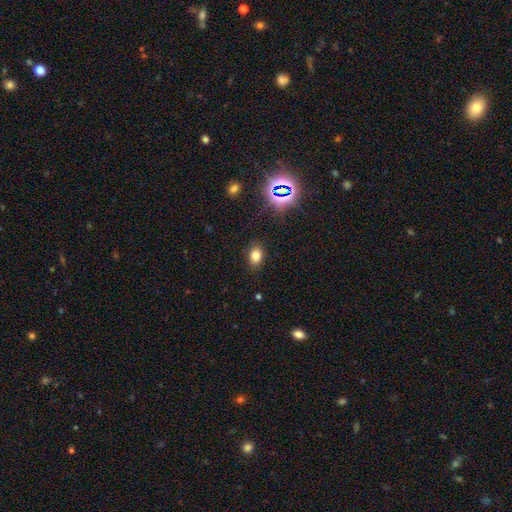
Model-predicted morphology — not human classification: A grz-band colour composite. It shows a smooth galaxy with no disk features (76%) that is in between round and cigar-shaped (76%). Merging: none (85%).